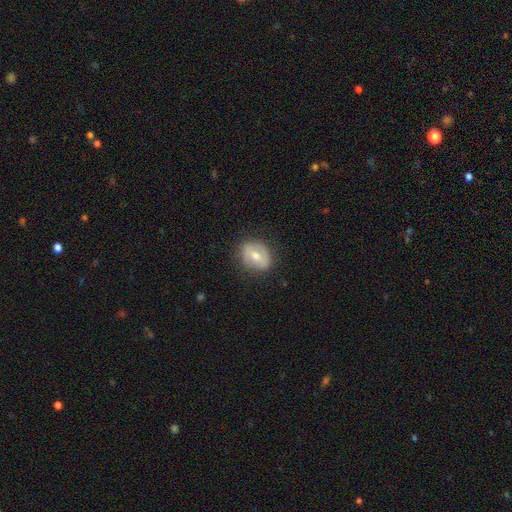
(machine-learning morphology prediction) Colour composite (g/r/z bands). It shows a smooth galaxy with no disk features (49%). Merging: none (79%).